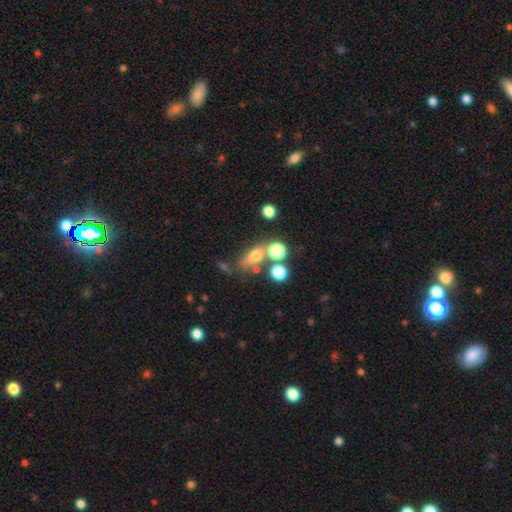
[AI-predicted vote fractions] smooth 59%, featured or disk 26%, star or artifact 16%. Down the decision tree: how rounded — in between (50%); merging — none (55%).